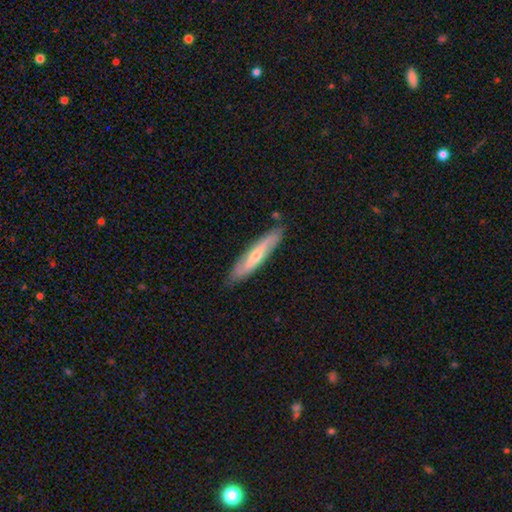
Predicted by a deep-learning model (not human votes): Smooth or featured?
  - featured or disk: 59% *
  - smooth: 35%
  - star or artifact: 5%
Edge-on disk?
  - yes: 56% *
  - no: 44%
Merging?
  - none: 82% *
  - minor disturbance: 14%
  - major disturbance: 2%
  - merger: 2%